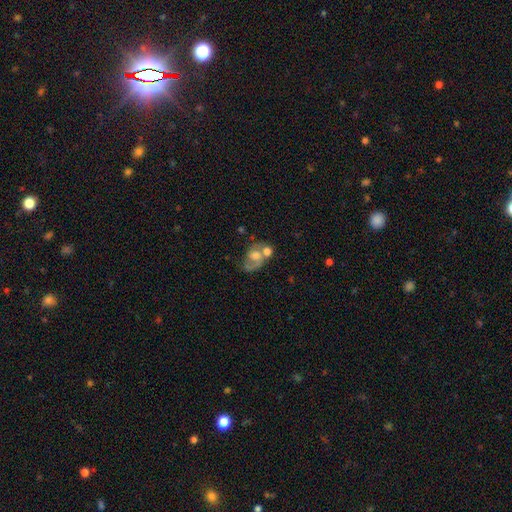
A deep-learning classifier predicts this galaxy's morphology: This appears to be a featured or disk galaxy (52%) with no bar (78%), spiral arms (58%) and a moderate central bulge (41%). Merging: merger (41%).